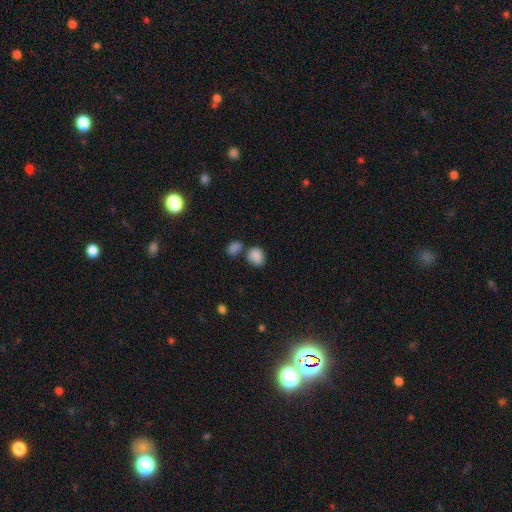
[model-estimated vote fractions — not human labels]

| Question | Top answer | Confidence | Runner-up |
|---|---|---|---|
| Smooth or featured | smooth | 85% | star or artifact (9%) |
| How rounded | in between | 63% | round (35%) |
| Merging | none | 48% | merger (30%) |